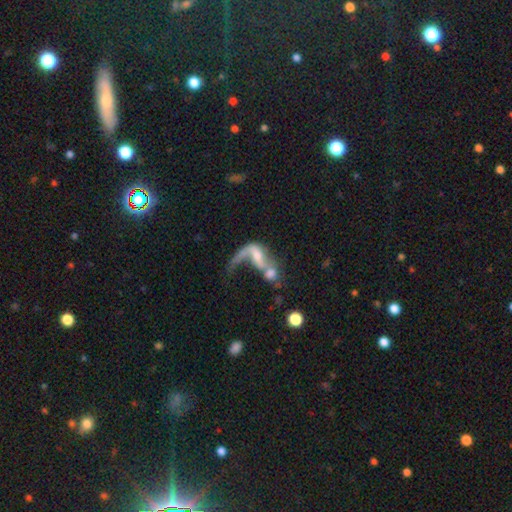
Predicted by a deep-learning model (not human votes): The model was most divided on "bulge size": small: 37%, moderate: 33%, none: 21%, large: 6%, dominant: 3%. More confident: edge-on disk — no (87%); bar — no (62%); smooth or featured — featured or disk (61%); spiral arms — yes (57%); merging — merger (51%).